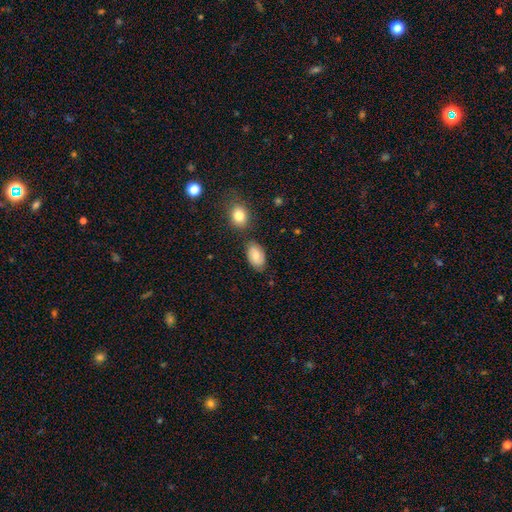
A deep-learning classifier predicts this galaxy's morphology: A smooth galaxy with no disk features (68%) that is in between round and cigar-shaped (91%). Merging: none (74%).